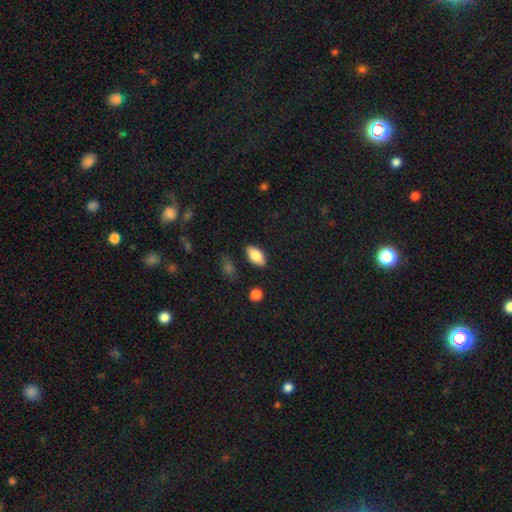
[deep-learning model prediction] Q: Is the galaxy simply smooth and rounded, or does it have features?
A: smooth — 82%.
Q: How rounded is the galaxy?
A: in between — 91%.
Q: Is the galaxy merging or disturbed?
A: none — 85%.